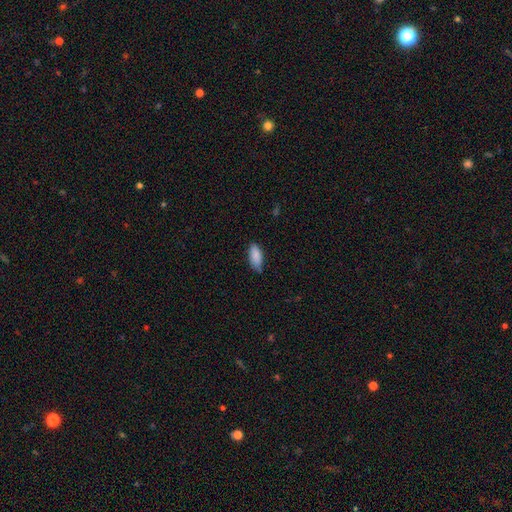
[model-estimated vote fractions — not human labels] Smooth or featured?
  - smooth: 88% *
  - star or artifact: 6%
  - featured or disk: 6%
How rounded?
  - in between: 86% *
  - cigar-shaped: 12%
  - round: 2%
Merging?
  - none: 67% *
  - minor disturbance: 28%
  - major disturbance: 4%
  - merger: 1%